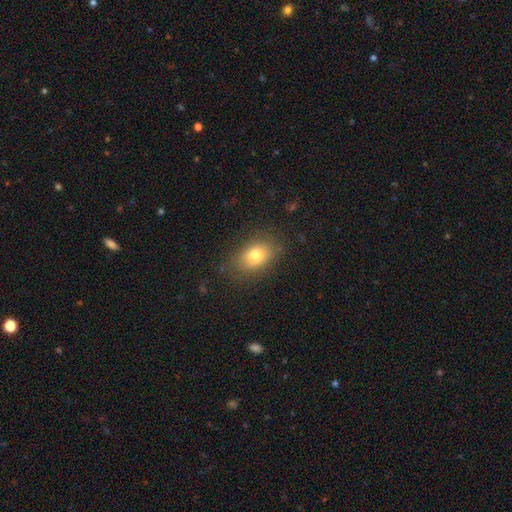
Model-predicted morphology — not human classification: Smooth or featured? Predicted: smooth (p=0.77). How rounded? Predicted: in between (p=0.74). Merging? Predicted: none (p=0.78).